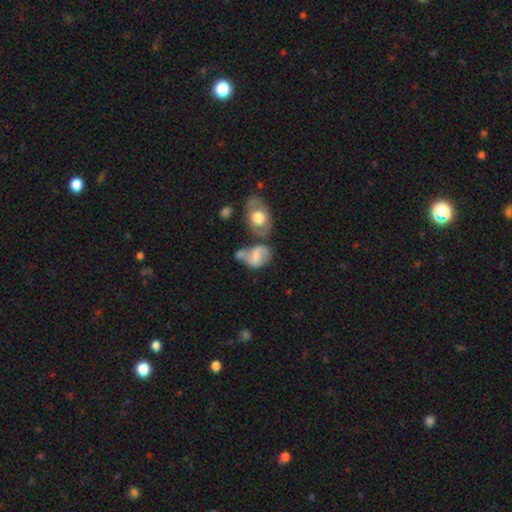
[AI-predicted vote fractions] Q: Smooth or featured?
A: featured or disk (49%); runner-up: smooth (43%)
Q: Merging?
A: merger (34%); runner-up: none (31%)